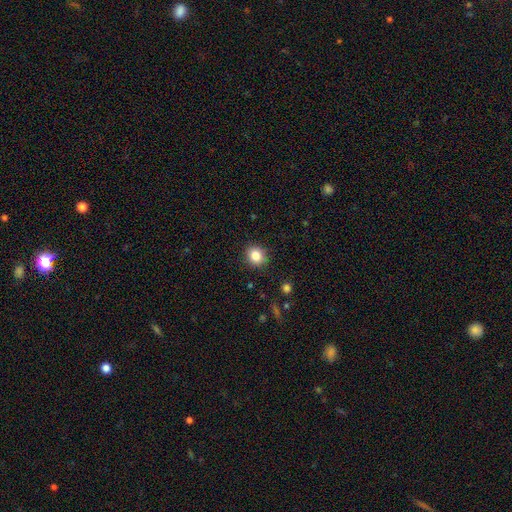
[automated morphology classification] smooth-or-featured: smooth: 85% | star or artifact: 10% | featured or disk: 5%
  how-rounded: round: 76% | in between: 23% | cigar-shaped: 1%
  merging: none: 88% | minor disturbance: 8% | major disturbance: 2% | merger: 1%